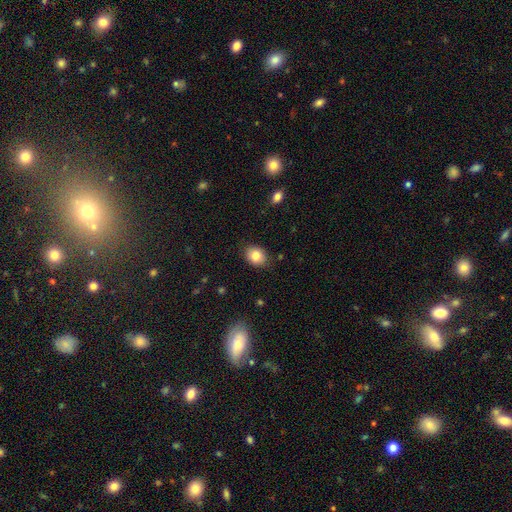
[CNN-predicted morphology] A smooth galaxy with no disk features (82%) that is in between round and cigar-shaped (61%).

Vote fractions:
- Smooth or featured? smooth: 82% / star or artifact: 9% / featured or disk: 9%
- How rounded? in between: 61% / round: 38% / cigar-shaped: 1%
- Merging? none: 85% / minor disturbance: 11% / major disturbance: 2% / merger: 1%